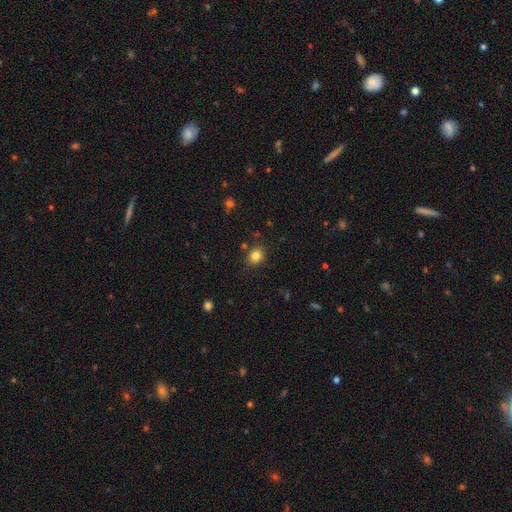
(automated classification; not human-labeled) This is clearly a smooth galaxy (82%). How rounded: possibly round (59%). Merging: clearly none (85%).